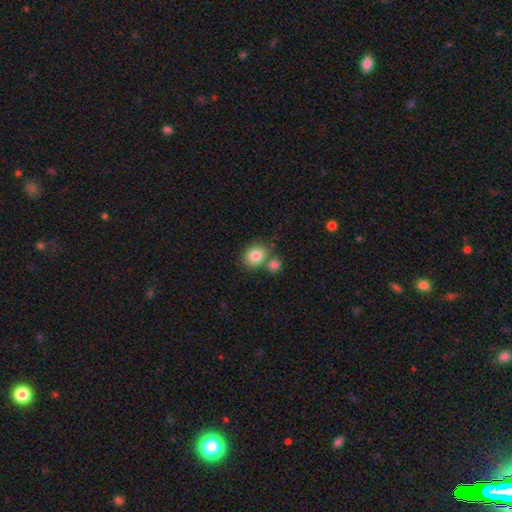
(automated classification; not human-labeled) Smooth or featured: smooth — 83% (star or artifact — 9%)
How rounded: round — 62% (in between — 37%)
Merging: none — 59% (merger — 27%)